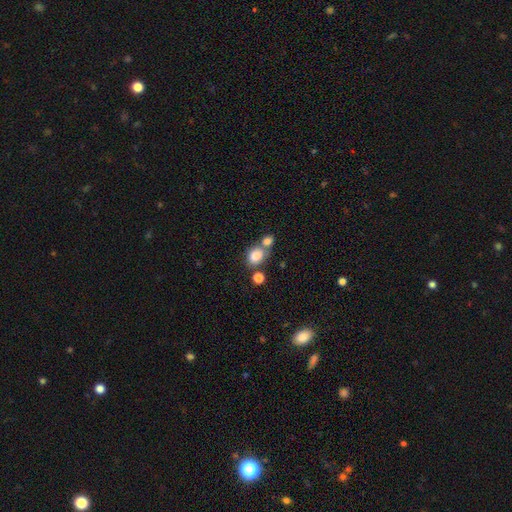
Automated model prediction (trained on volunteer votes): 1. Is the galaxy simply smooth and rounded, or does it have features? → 82% smooth, 10% star or artifact, 8% featured or disk.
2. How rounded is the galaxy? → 57% in between, 41% round, 1% cigar-shaped.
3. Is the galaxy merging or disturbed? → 44% merger, 41% none, 11% minor disturbance, 5% major disturbance.